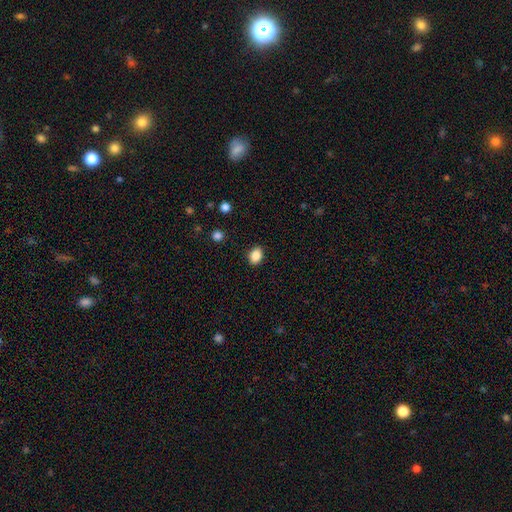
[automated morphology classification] This is clearly a smooth galaxy (87%). How rounded: likely in between (69%). Merging: clearly none (89%).